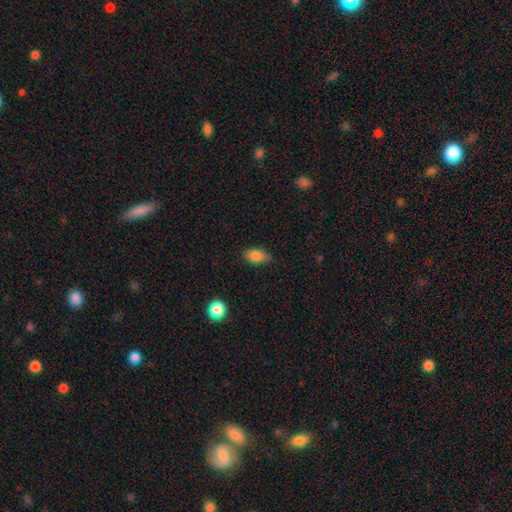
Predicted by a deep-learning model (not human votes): A smooth galaxy with no disk features (84%) that is in between round and cigar-shaped (88%).

Vote fractions:
- Smooth or featured? smooth: 84% / star or artifact: 9% / featured or disk: 8%
- How rounded? in between: 88% / round: 9% / cigar-shaped: 3%
- Merging? none: 74% / minor disturbance: 21% / major disturbance: 3% / merger: 1%